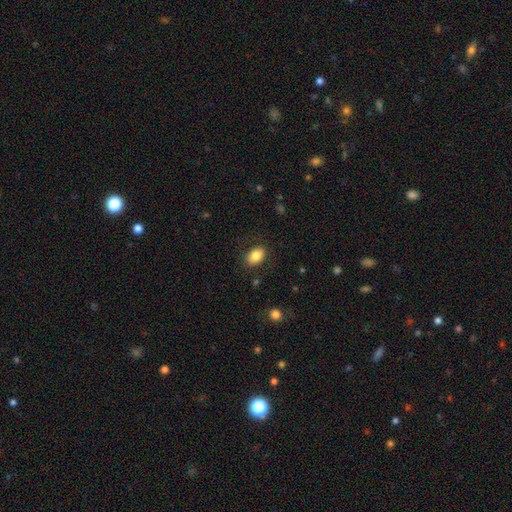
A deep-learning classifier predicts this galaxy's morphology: Smooth or featured?
  - smooth: 83% *
  - featured or disk: 9%
  - star or artifact: 8%
How rounded?
  - in between: 83% *
  - round: 16%
  - cigar-shaped: 1%
Merging?
  - none: 84% *
  - minor disturbance: 11%
  - major disturbance: 4%
  - merger: 1%